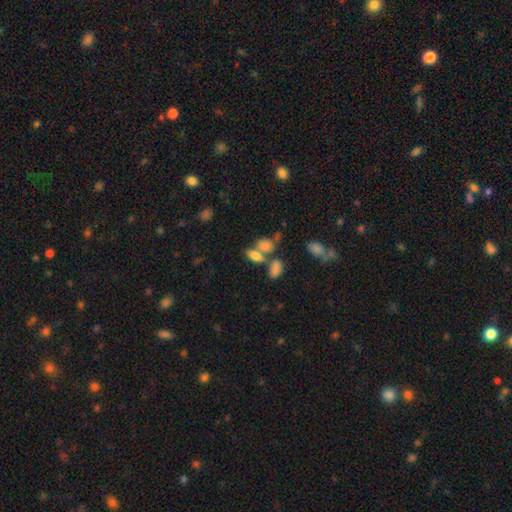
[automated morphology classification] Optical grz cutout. It shows a smooth galaxy with no disk features (75%) that is in between round and cigar-shaped (83%). Merging: merger (42%).